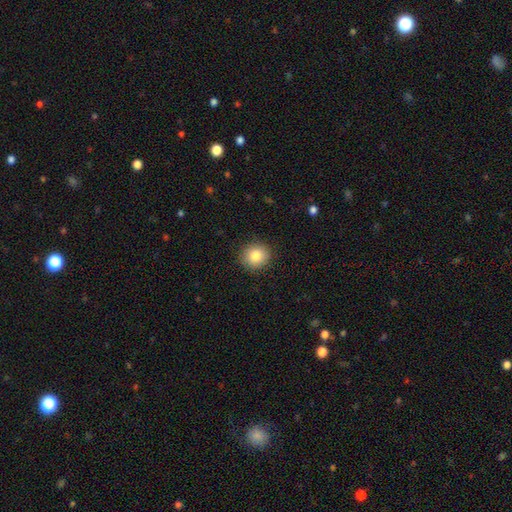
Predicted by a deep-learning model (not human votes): Smooth or featured? smooth (84%)
How rounded? round (85%)
Merging? none (90%)